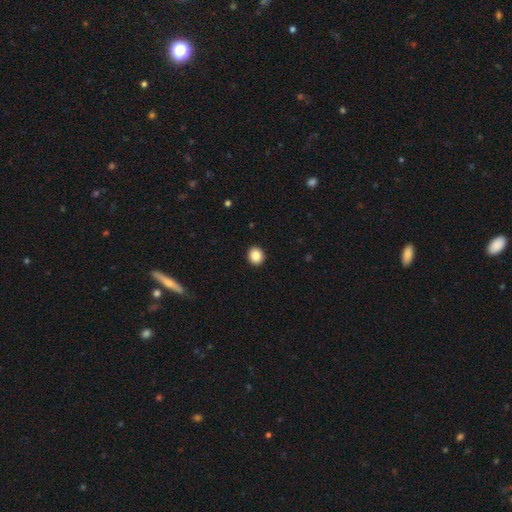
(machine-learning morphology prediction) Smooth or featured? smooth (86%)
How rounded? round (77%)
Merging? none (93%)